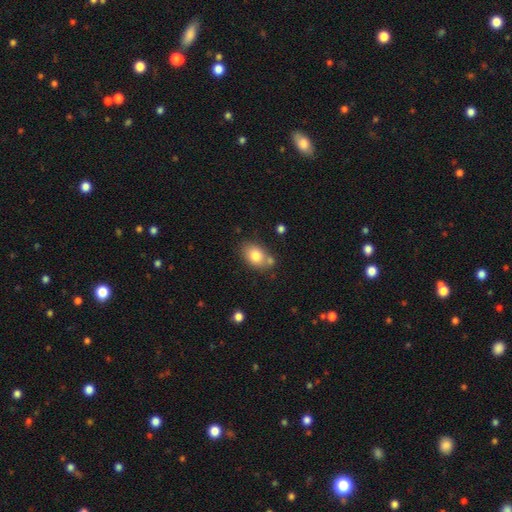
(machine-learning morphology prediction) Q: Smooth or featured?
A: smooth (80%); runner-up: featured or disk (12%)
Q: How rounded?
A: in between (80%); runner-up: round (19%)
Q: Merging?
A: none (66%); runner-up: minor disturbance (16%)